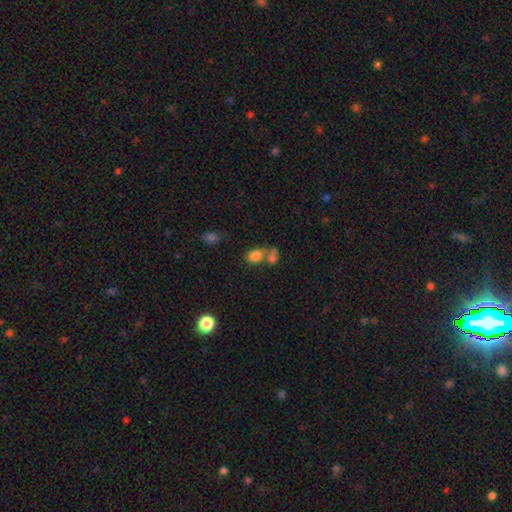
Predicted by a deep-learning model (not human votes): smooth 79%, star or artifact 12%, featured or disk 9%. Down the decision tree: how rounded — in between (58%); merging — merger (47%).